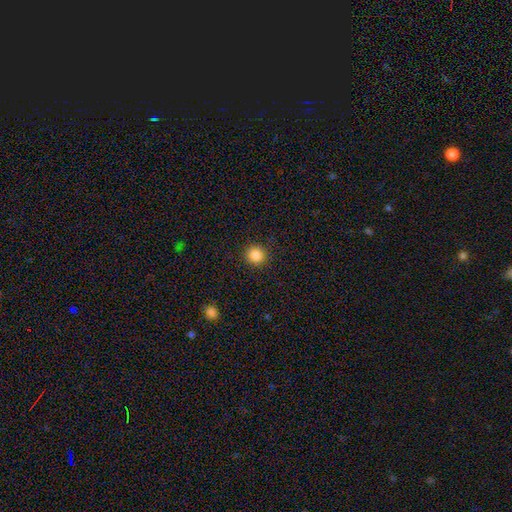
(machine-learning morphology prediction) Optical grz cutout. It shows a smooth galaxy with no disk features (86%) that is round (94%). Merging: none (91%).